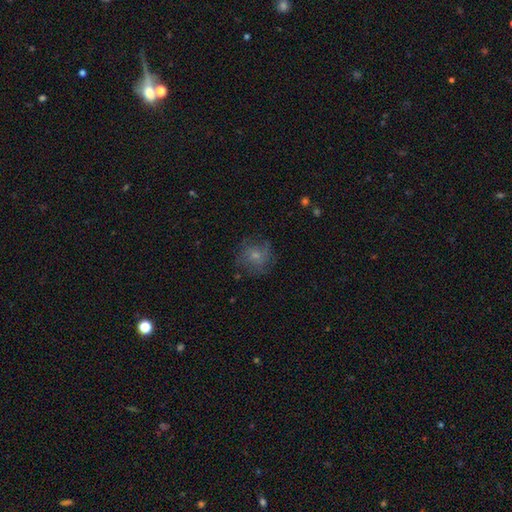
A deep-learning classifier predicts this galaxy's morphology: Smooth or featured? Predicted: smooth (p=0.57). How rounded? Predicted: round (p=0.84). Merging? Predicted: none (p=0.69).